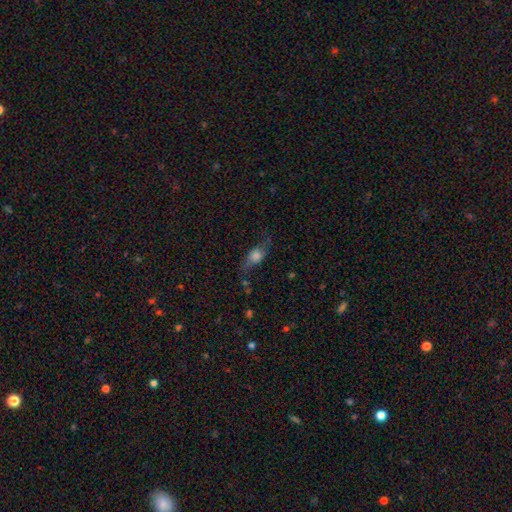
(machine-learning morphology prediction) Smooth or featured? smooth (55%)
How rounded? in between (63%)
Merging? none (58%)